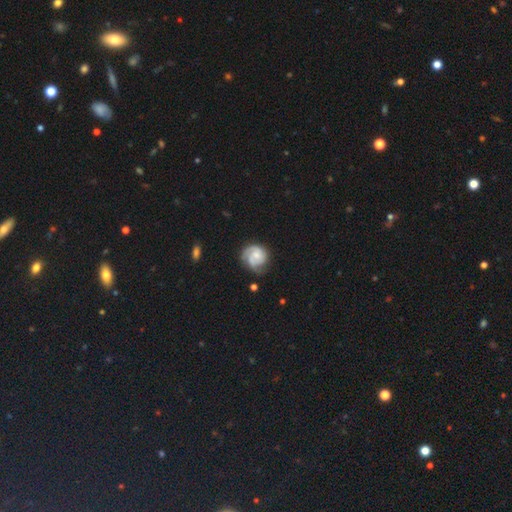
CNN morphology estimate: type=featured or disk (72%); edge-on=no (98%); bar=no (67%); spiral arms=yes (94%); winding=tight (56%); arm count=2 (43%); bulge=small (47%); merging=none (61%).